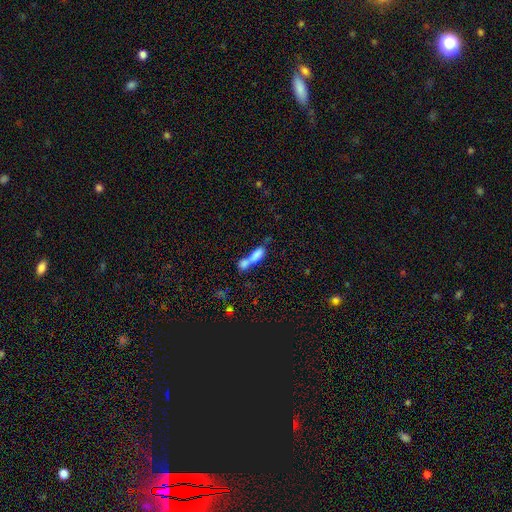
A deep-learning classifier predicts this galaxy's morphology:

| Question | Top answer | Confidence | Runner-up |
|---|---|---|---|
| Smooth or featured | smooth | 75% | featured or disk (16%) |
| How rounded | in between | 66% | cigar-shaped (28%) |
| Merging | merger | 71% | none (17%) |